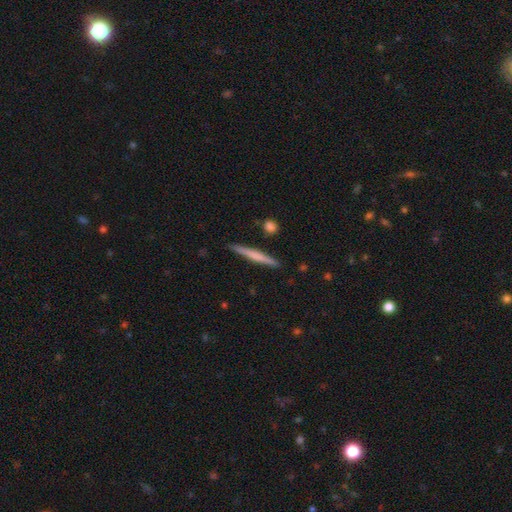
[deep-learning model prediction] A smooth galaxy with no disk features (54%) that is cigar-shaped (96%).

Vote fractions:
- Smooth or featured? smooth: 54% / featured or disk: 40% / star or artifact: 5%
- How rounded? cigar-shaped: 96% / in between: 3% / round: 2%
- Merging? none: 89% / minor disturbance: 7% / merger: 2% / major disturbance: 1%